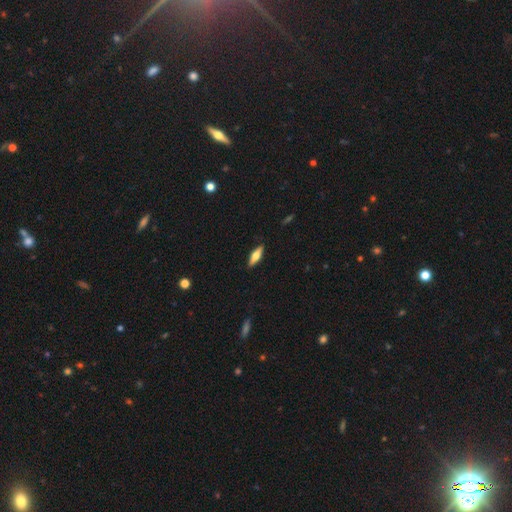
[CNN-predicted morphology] Overall: smooth (54%; featured or disk 39%). How rounded: cigar-shaped (50%; in between 47%). Merging: none (89%).